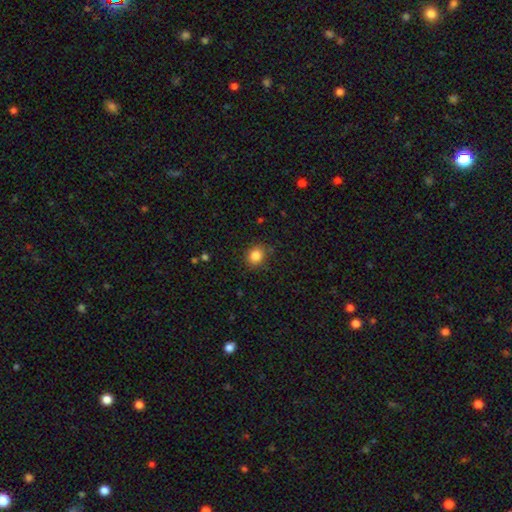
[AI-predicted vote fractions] Overall: smooth (85%). How rounded: round (66%; in between 33%). Merging: none (84%).